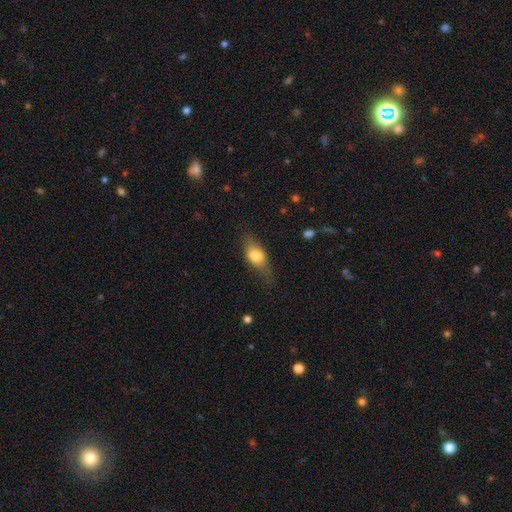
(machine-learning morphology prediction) Overall: smooth (68%). How rounded: in between (75%). Merging: none (68%).